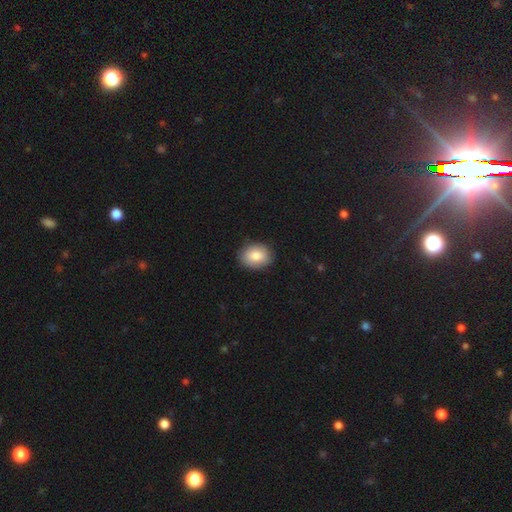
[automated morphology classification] smooth-or-featured: smooth: 83% | featured or disk: 10% | star or artifact: 7%
  how-rounded: in between: 62% | round: 37% | cigar-shaped: 1%
  merging: none: 87% | minor disturbance: 10% | major disturbance: 2% | merger: 1%